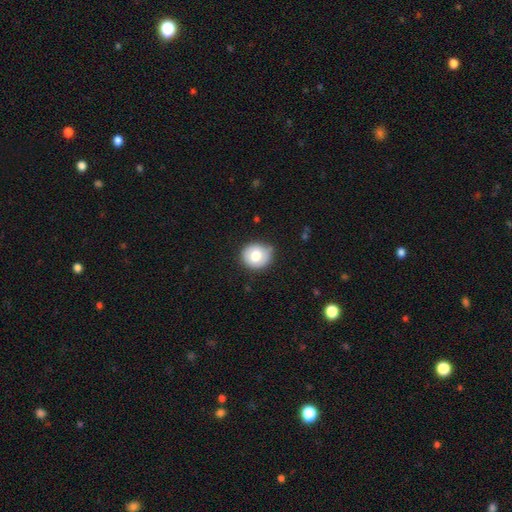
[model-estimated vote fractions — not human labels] The model was most divided on "smooth or featured": smooth: 74%, featured or disk: 18%, star or artifact: 8%. More confident: how rounded — round (82%); merging — none (77%).